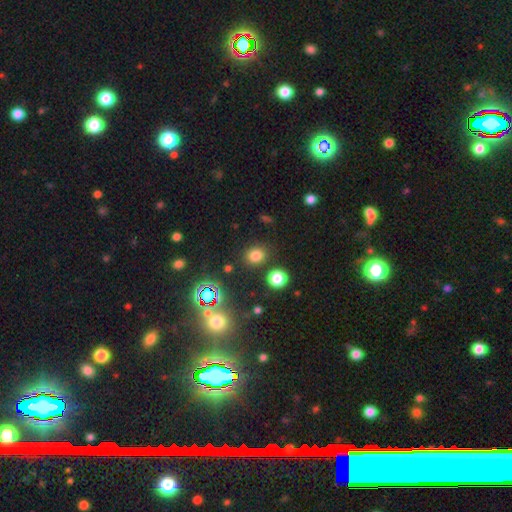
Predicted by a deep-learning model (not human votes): Smooth or featured? Predicted: smooth (p=0.74). How rounded? Predicted: round (p=0.72). Merging? Predicted: none (p=0.84).